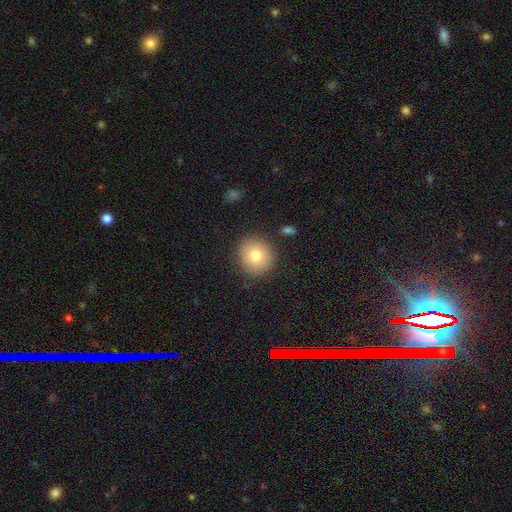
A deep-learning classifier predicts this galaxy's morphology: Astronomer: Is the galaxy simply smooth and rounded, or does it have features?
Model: smooth — 76%.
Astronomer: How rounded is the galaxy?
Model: round — 86%.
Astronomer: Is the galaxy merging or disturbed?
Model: none — 86%.